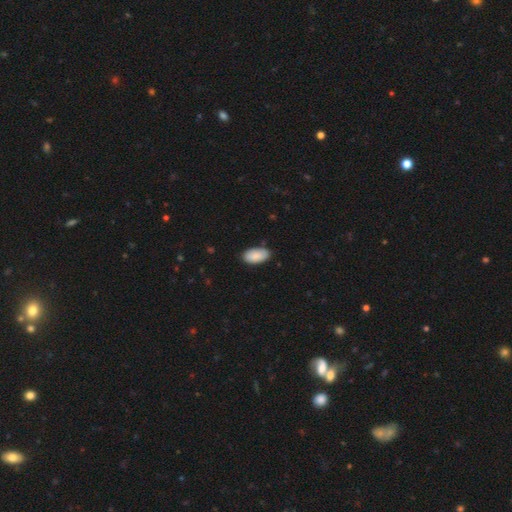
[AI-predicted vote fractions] Q: Smooth or featured?
A: smooth (89%); runner-up: star or artifact (6%)
Q: How rounded?
A: in between (95%); runner-up: round (2%)
Q: Merging?
A: none (82%); runner-up: minor disturbance (14%)